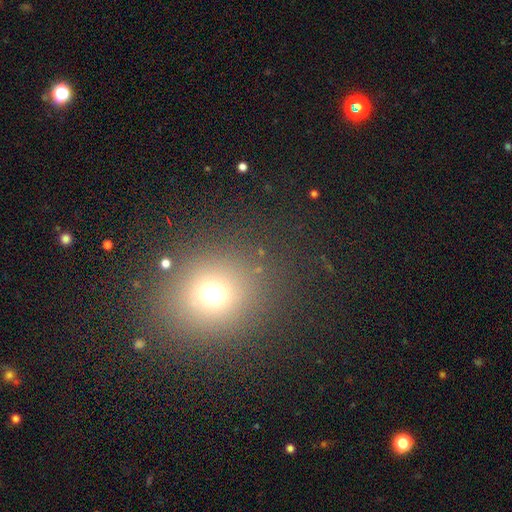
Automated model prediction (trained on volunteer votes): The model was most divided on "smooth or featured": smooth: 64%, star or artifact: 28%, featured or disk: 8%. More confident: merging — none (89%); how rounded — round (75%).